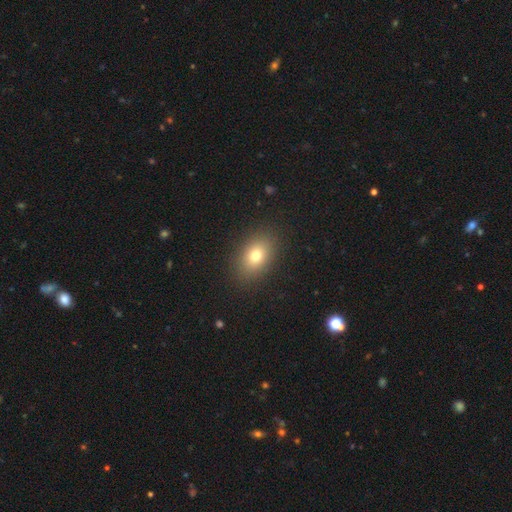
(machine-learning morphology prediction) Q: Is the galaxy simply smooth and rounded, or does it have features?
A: smooth — 75%.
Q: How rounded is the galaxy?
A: in between — 76%.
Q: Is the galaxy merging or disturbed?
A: none — 88%.